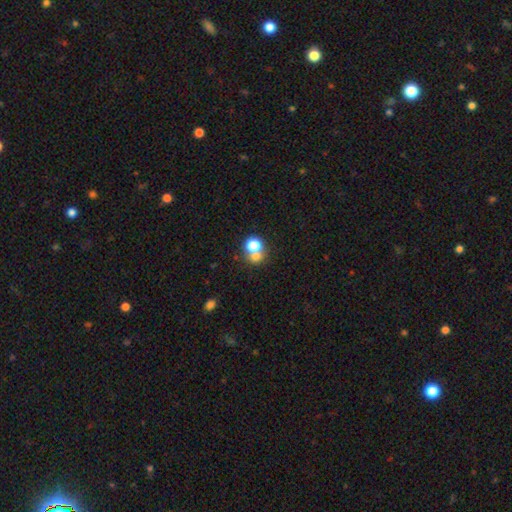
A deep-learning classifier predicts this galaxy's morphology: This is likely a smooth galaxy (70%). How rounded: likely round (78%). Merging: possibly merger (51%).